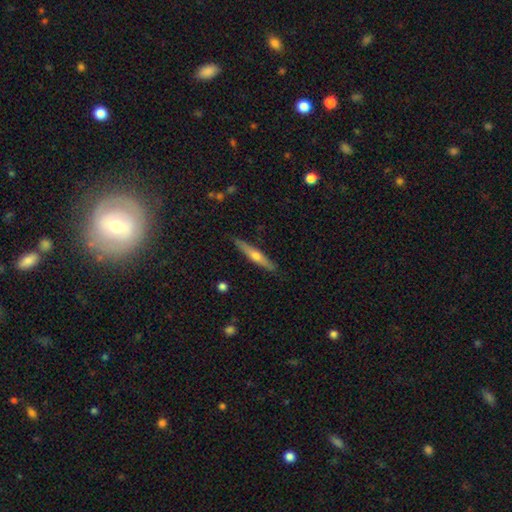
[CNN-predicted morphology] This appears to be a featured or disk galaxy (59%) viewed edge-on (96%) with a rounded central bulge (85%). Merging: none (88%).